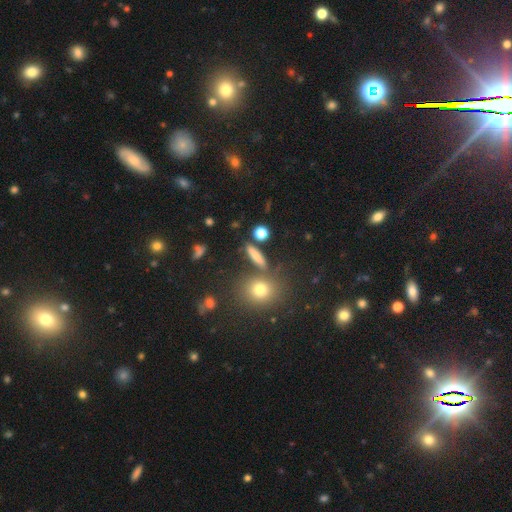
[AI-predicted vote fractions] Q: Smooth or featured?
A: smooth (71%); runner-up: featured or disk (16%)
Q: How rounded?
A: cigar-shaped (58%); runner-up: in between (24%)
Q: Merging?
A: none (77%); runner-up: minor disturbance (11%)